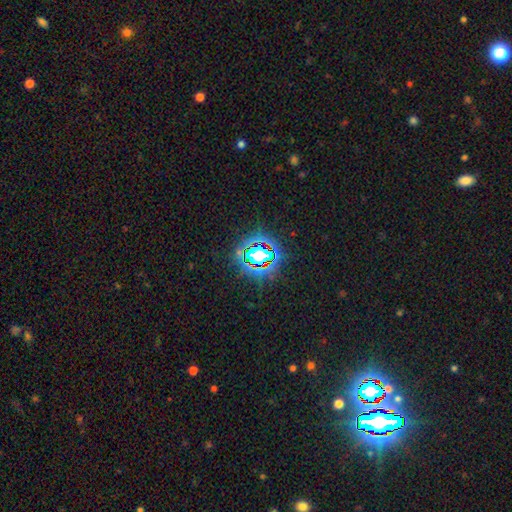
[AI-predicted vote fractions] Smooth or featured? Predicted: star or artifact (p=0.78).